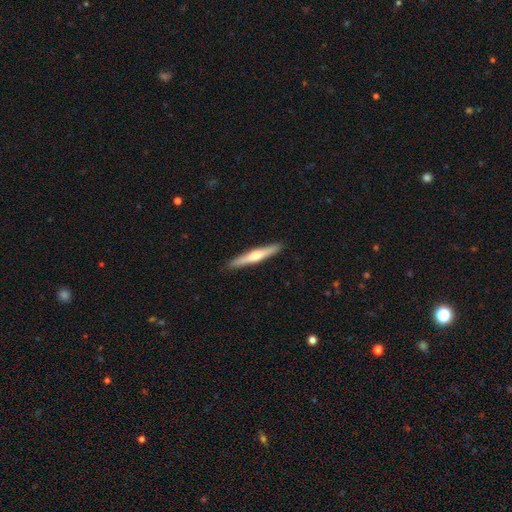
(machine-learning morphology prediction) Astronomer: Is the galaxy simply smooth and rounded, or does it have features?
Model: featured or disk — 54% (runner-up: smooth, 41%).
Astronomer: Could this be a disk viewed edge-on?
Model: yes — 96%.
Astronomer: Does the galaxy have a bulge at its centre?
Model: rounded — 84%.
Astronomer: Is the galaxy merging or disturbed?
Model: none — 92%.